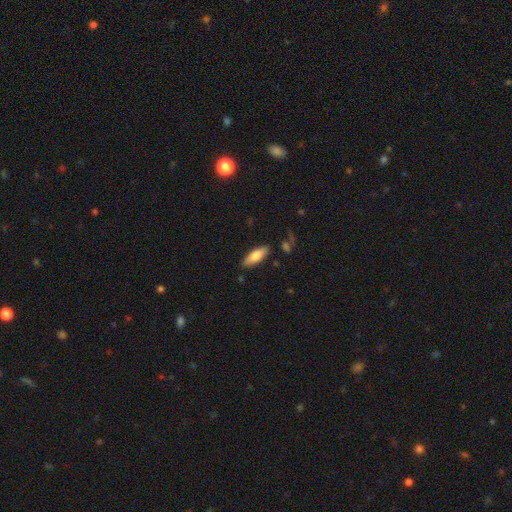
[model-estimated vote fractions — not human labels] Morphology: type=smooth (77%); roundness=in between (60%); merging=none (84%).